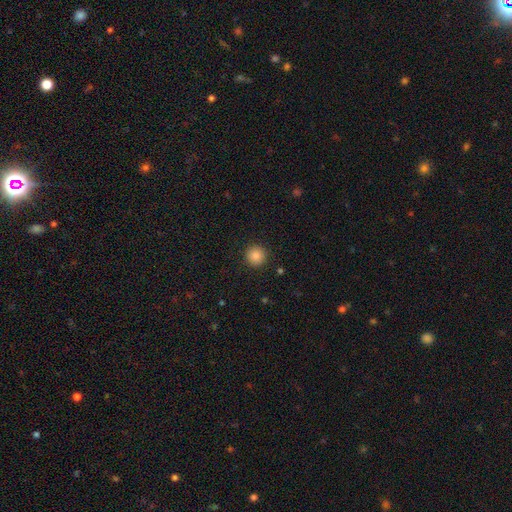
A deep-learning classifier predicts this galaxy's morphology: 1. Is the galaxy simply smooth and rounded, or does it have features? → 85% smooth, 10% star or artifact, 5% featured or disk.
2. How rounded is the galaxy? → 95% round, 4% in between, 1% cigar-shaped.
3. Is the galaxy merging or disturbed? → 92% none, 5% minor disturbance, 2% major disturbance, 1% merger.